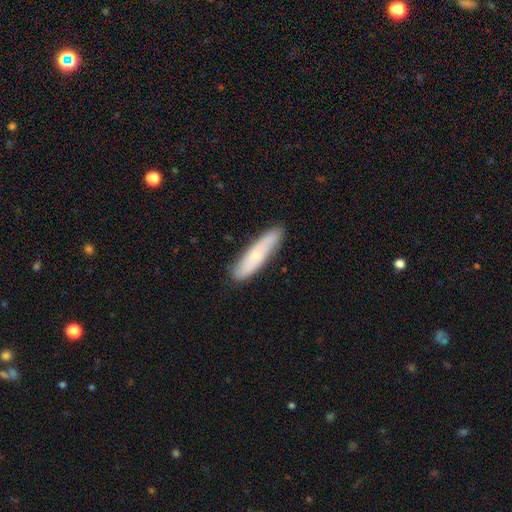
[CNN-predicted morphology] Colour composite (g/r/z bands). It shows a smooth galaxy with no disk features (54%) that is cigar-shaped (78%). Merging: none (84%).